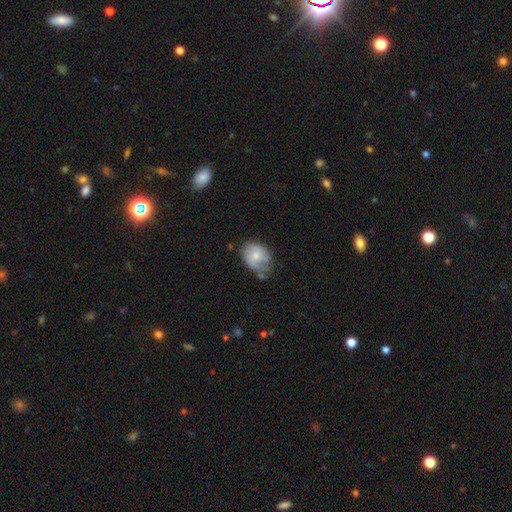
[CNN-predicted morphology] A smooth galaxy with no disk features (54%) that is in between round and cigar-shaped (65%).

Vote fractions:
- Smooth or featured? smooth: 54% / featured or disk: 39% / star or artifact: 7%
- How rounded? in between: 65% / round: 34% / cigar-shaped: 1%
- Merging? minor disturbance: 38% / none: 36% / major disturbance: 20% / merger: 7%